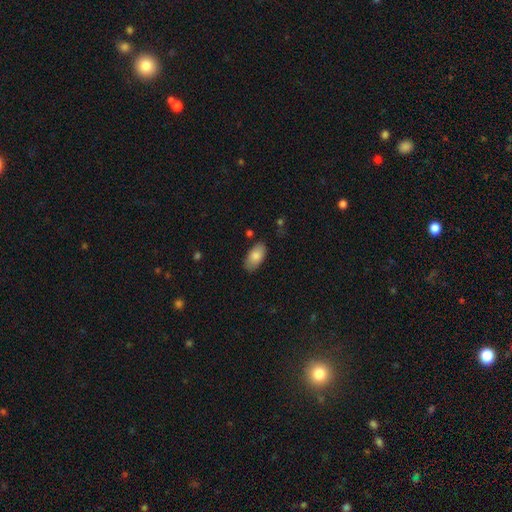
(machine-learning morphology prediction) smooth-or-featured: smooth: 84% | featured or disk: 10% | star or artifact: 7%
  how-rounded: in between: 94% | cigar-shaped: 3% | round: 3%
  merging: none: 82% | minor disturbance: 13% | major disturbance: 3% | merger: 2%